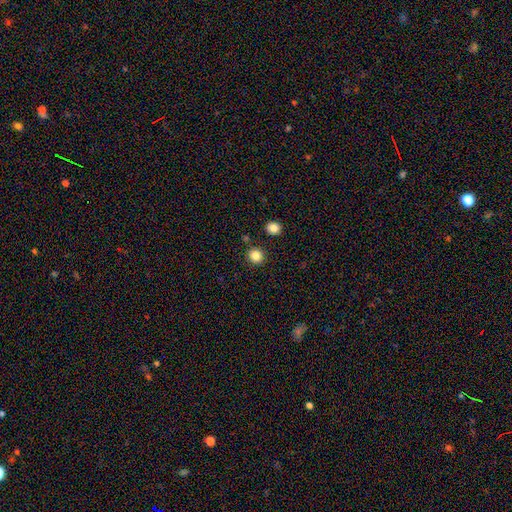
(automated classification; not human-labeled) Smooth or featured? smooth (85%)
How rounded? round (90%)
Merging? none (88%)